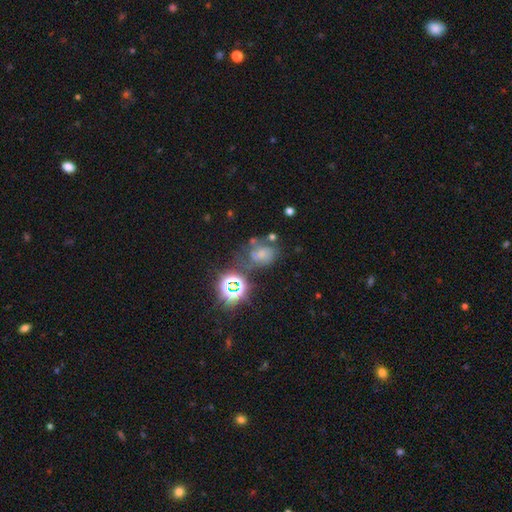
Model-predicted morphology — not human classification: smooth-or-featured: star or artifact: 46% | smooth: 28% | featured or disk: 26%